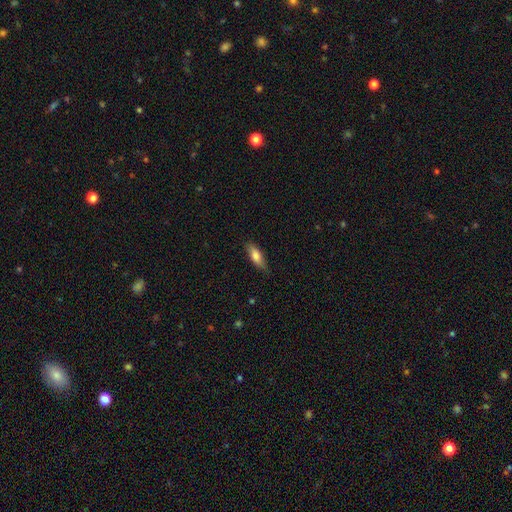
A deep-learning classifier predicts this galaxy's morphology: A smooth galaxy with no disk features (77%) that is in between round and cigar-shaped (58%). Merging: none (82%).